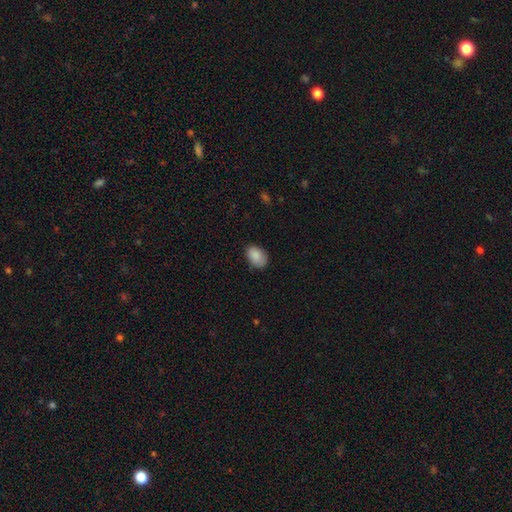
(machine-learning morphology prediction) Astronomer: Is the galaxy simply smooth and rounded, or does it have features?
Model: smooth — 88%.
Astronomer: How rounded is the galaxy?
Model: in between — 86%.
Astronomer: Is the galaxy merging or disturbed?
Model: none — 80%.